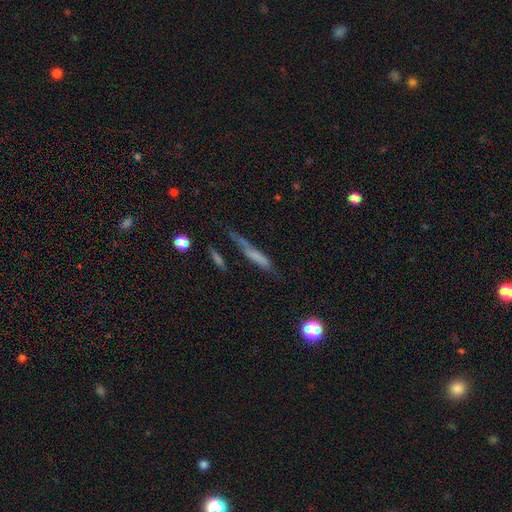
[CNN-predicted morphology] type=smooth (54%); roundness=cigar-shaped (87%); merging=none (51%).